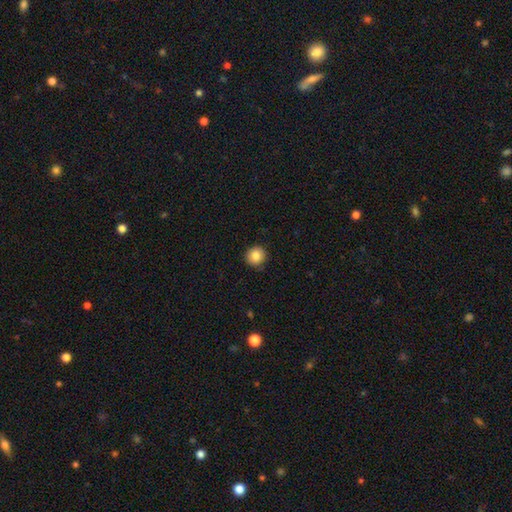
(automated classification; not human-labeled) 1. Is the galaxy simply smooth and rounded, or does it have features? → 85% smooth, 9% star or artifact, 6% featured or disk.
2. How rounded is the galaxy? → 94% round, 5% in between, 1% cigar-shaped.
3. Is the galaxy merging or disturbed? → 90% none, 7% minor disturbance, 2% major disturbance, 1% merger.